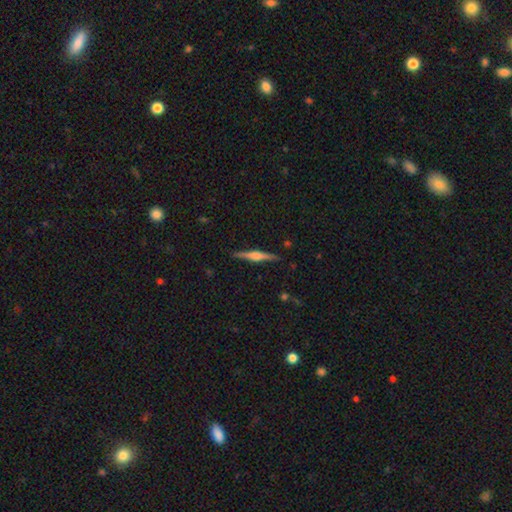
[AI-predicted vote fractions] This is likely a featured or disk galaxy (76%). It is clearly viewed edge-on (98%). Edge-on bulge: likely rounded (77%). Merging: clearly none (90%).